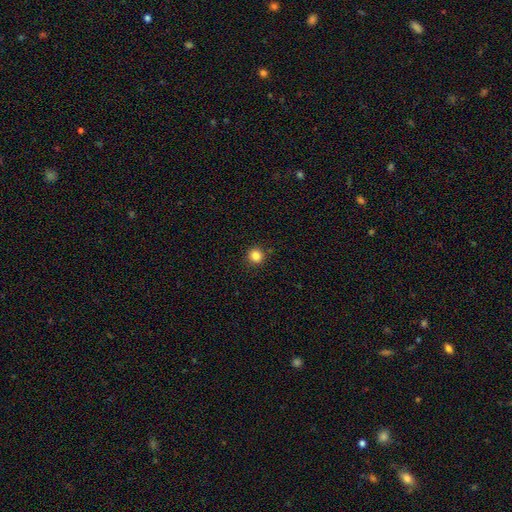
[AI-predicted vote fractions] A smooth galaxy with no disk features (84%) that is round (94%).

Vote fractions:
- Smooth or featured? smooth: 84% / star or artifact: 12% / featured or disk: 4%
- How rounded? round: 94% / in between: 5% / cigar-shaped: 1%
- Merging? none: 91% / minor disturbance: 6% / major disturbance: 2% / merger: 2%